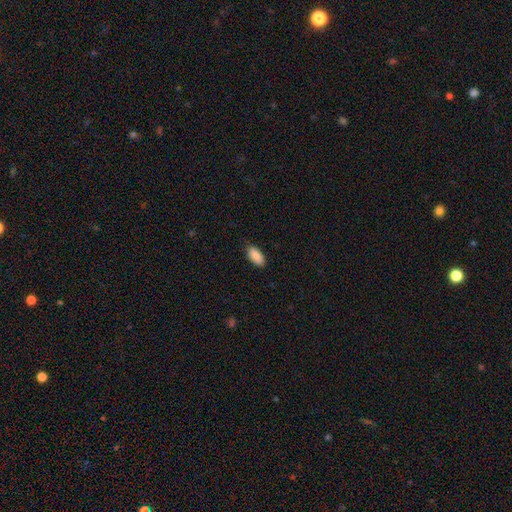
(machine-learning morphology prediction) Q: Smooth or featured?
A: smooth (90%); runner-up: star or artifact (6%)
Q: How rounded?
A: in between (92%); runner-up: cigar-shaped (6%)
Q: Merging?
A: none (86%); runner-up: minor disturbance (11%)